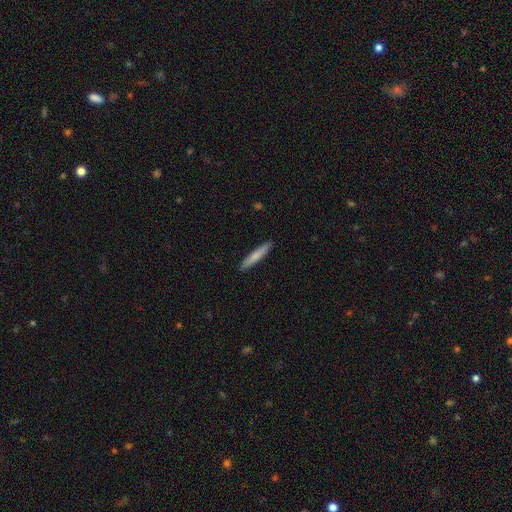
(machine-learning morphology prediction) smooth-or-featured: smooth: 77% | featured or disk: 18% | star or artifact: 5%
  how-rounded: cigar-shaped: 93% | in between: 5% | round: 1%
  merging: none: 91% | minor disturbance: 7% | major disturbance: 1% | merger: 1%